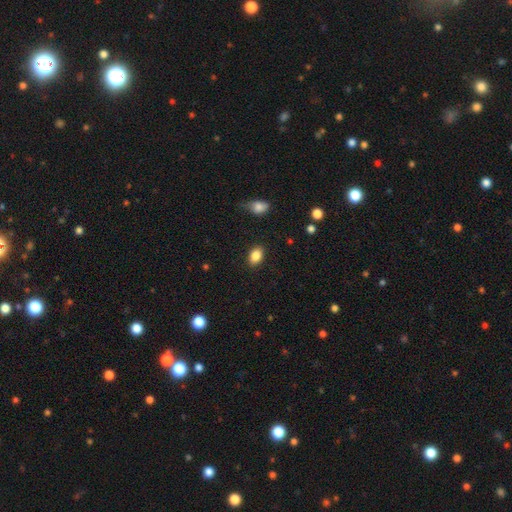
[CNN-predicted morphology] The model was most divided on "how rounded": in between: 84%, round: 15%, cigar-shaped: 1%. More confident: merging — none (87%); smooth or featured — smooth (86%).